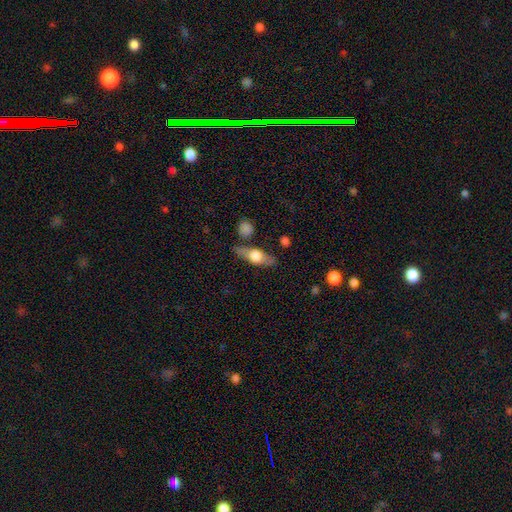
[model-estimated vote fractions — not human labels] Smooth or featured? Predicted: featured or disk (p=0.53). Edge-on disk? Predicted: yes (p=0.88). Merging? Predicted: none (p=0.74).